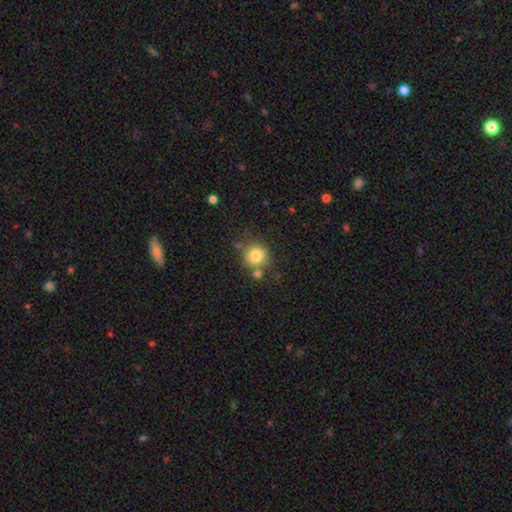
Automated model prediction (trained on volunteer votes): Smooth or featured?
  - smooth: 79% *
  - star or artifact: 11%
  - featured or disk: 9%
How rounded?
  - round: 91% *
  - in between: 8%
  - cigar-shaped: 1%
Merging?
  - none: 70% *
  - merger: 14%
  - minor disturbance: 12%
  - major disturbance: 4%